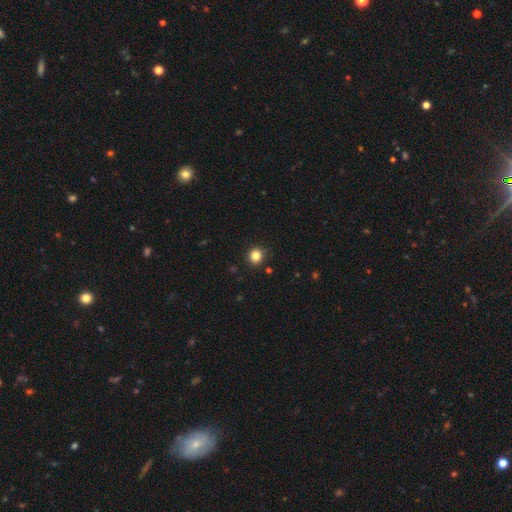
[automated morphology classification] Overall: smooth (83%). How rounded: round (89%). Merging: none (90%).